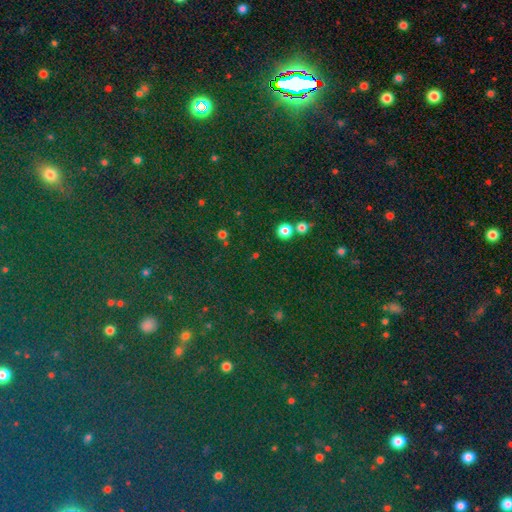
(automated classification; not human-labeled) smooth_or_featured: star or artifact (p=0.56) [alt: smooth p=0.36]